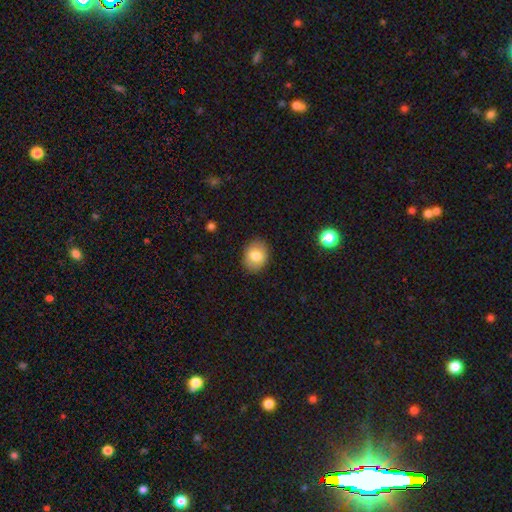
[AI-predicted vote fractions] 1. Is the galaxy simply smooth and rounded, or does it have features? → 79% smooth, 12% featured or disk, 9% star or artifact.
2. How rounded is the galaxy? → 61% in between, 38% round, 1% cigar-shaped.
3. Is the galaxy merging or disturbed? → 86% none, 10% minor disturbance, 2% major disturbance, 1% merger.